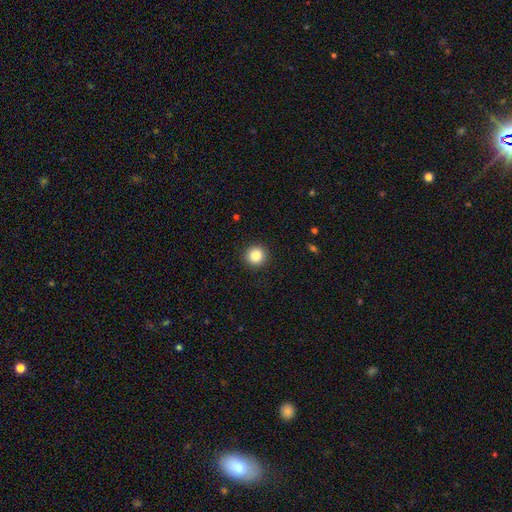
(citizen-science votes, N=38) Smooth or featured: smooth — 89% (featured or disk — 5%)
How rounded: round — 91% (in between — 6%)
Merging: none — 92% (minor disturbance — 3%)